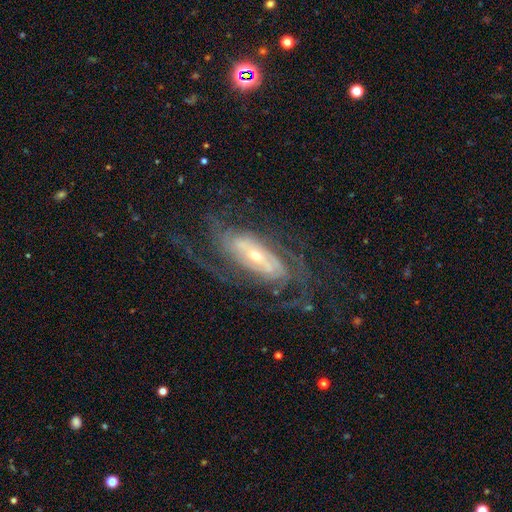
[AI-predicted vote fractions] The model was most divided on "spiral arm count": 2: 32%, can't tell: 27%, 3: 17%, 4: 11%, more than 4: 7%, 1: 6%. Remaining: spiral arms — yes (95%); edge-on disk — no (91%); smooth or featured — featured or disk (87%); merging — none (70%); bulge size — small (57%); spiral winding — tight (53%); bar — no (43%).